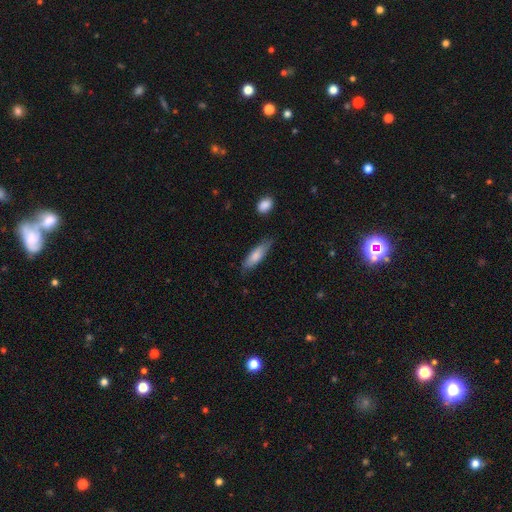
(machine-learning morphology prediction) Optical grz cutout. It shows a smooth galaxy with no disk features (76%) that is cigar-shaped (53%). Merging: none (74%).